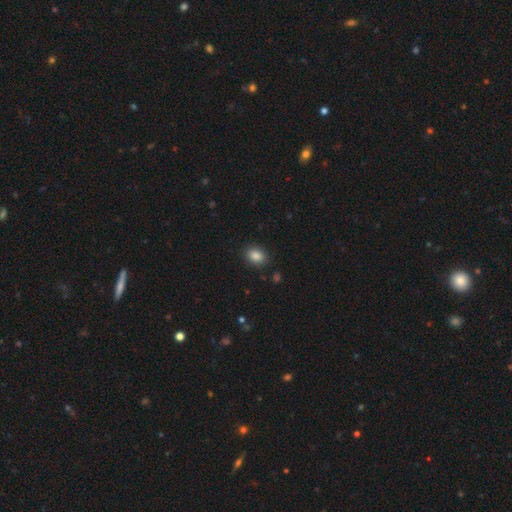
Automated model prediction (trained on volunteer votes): smooth-or-featured: smooth: 86% | star or artifact: 10% | featured or disk: 5%
  how-rounded: in between: 64% | round: 35% | cigar-shaped: 1%
  merging: none: 88% | minor disturbance: 9% | major disturbance: 2% | merger: 1%